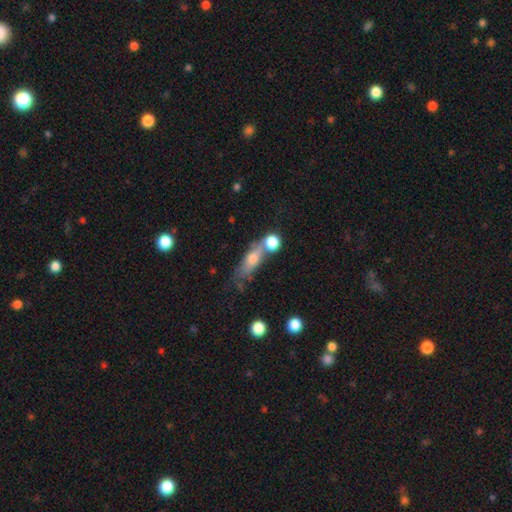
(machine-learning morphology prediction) Smooth or featured? smooth (55%)
How rounded? cigar-shaped (47%)
Merging? none (49%)